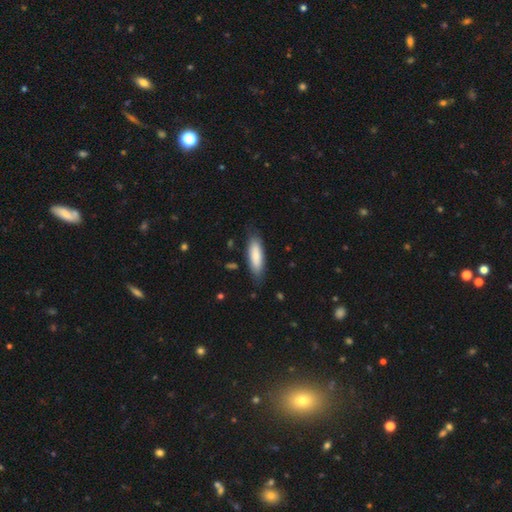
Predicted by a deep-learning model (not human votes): smooth-or-featured: smooth: 84% | featured or disk: 11% | star or artifact: 5%
  how-rounded: cigar-shaped: 50% | in between: 49% | round: 1%
  merging: none: 81% | minor disturbance: 15% | major disturbance: 3% | merger: 1%